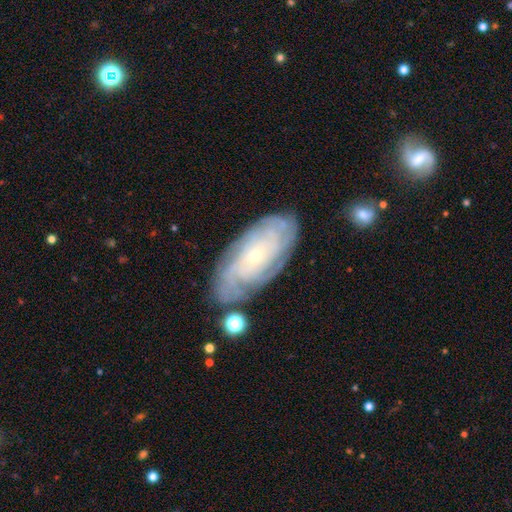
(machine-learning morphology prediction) Overall: featured or disk (80%). Edge-on disk: no (94%). Bar: no (77%). Spiral arms: yes (95%). Spiral arm count: can't tell (41%; 4 21%). Spiral winding: tight (79%). Bulge size: small (80%). Merging: none (78%).